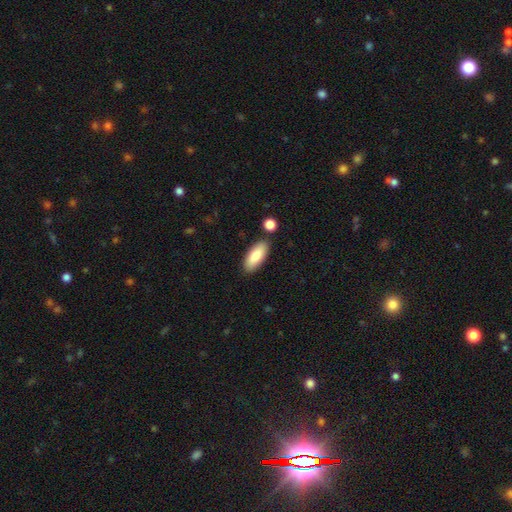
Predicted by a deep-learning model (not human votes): This appears to be a smooth galaxy with no disk features (84%) that is in between round and cigar-shaped (84%). Merging: none (84%).